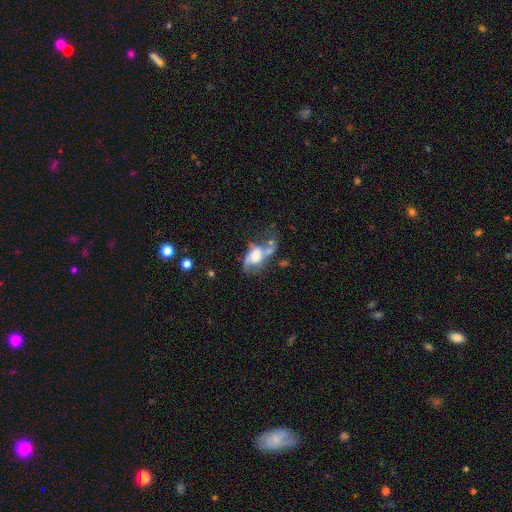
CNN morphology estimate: Smooth or featured?
  - featured or disk: 65% *
  - smooth: 26%
  - star or artifact: 9%
Edge-on disk?
  - no: 95% *
  - yes: 5%
Bar?
  - no: 62% *
  - weak: 28%
  - strong: 10%
Spiral arms?
  - yes: 75% *
  - no: 25%
Bulge size?
  - large: 32% *
  - moderate: 24%
  - none: 21%
  - small: 15%
  - dominant: 7%
Merging?
  - major disturbance: 34% *
  - merger: 25%
  - none: 23%
  - minor disturbance: 18%